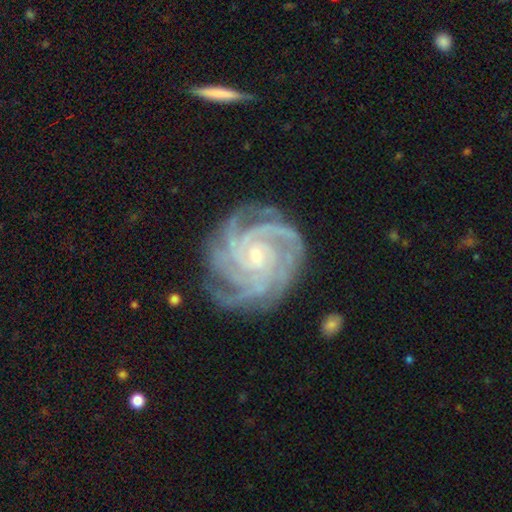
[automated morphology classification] Smooth or featured? featured or disk (93%)
Edge-on disk? no (98%)
Bar? no (63%)
Spiral arms? yes (99%)
Spiral winding? tight (77%)
Spiral arm count? 4 (42%)
Bulge size? small (72%)
Merging? none (80%)